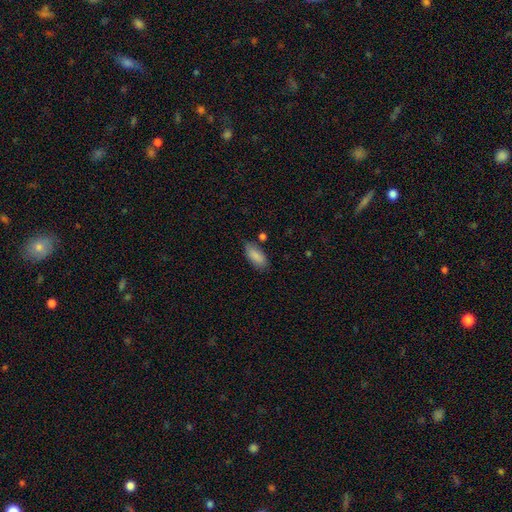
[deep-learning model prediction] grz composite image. It shows a smooth galaxy with no disk features (87%) that is in between round and cigar-shaped (87%). Merging: none (75%).